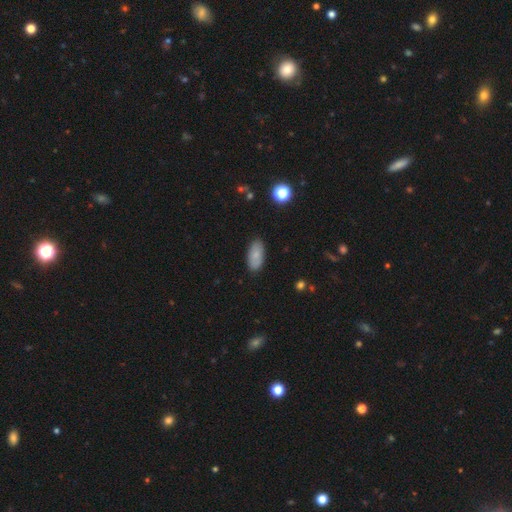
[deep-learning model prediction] Smooth or featured? Predicted: smooth (p=0.79). How rounded? Predicted: in between (p=0.91). Merging? Predicted: none (p=0.86).